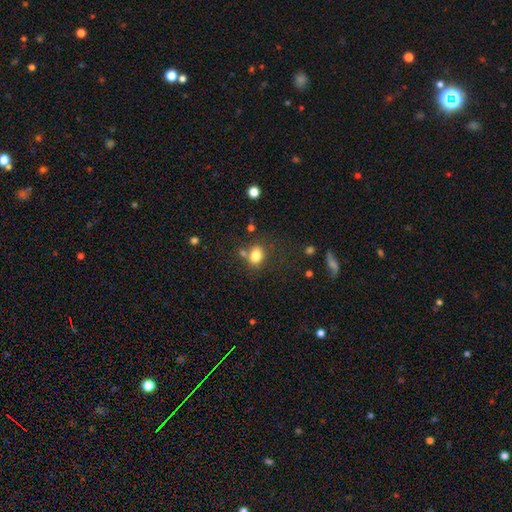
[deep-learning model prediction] Smooth or featured? smooth (80%)
How rounded? round (52%)
Merging? none (66%)